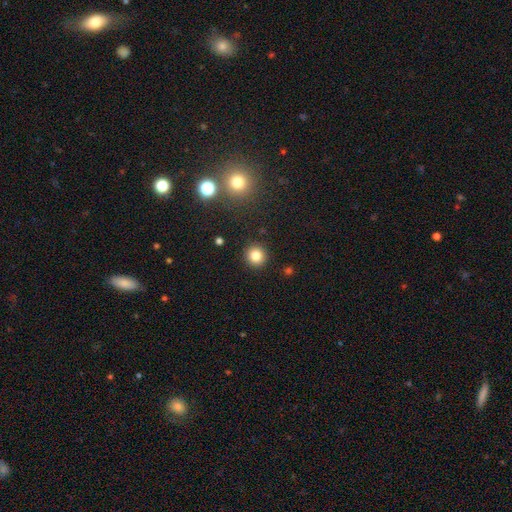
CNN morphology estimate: Smooth or featured?
  - smooth: 82% *
  - star or artifact: 12%
  - featured or disk: 6%
How rounded?
  - round: 93% *
  - in between: 6%
  - cigar-shaped: 1%
Merging?
  - none: 92% *
  - minor disturbance: 5%
  - major disturbance: 2%
  - merger: 1%